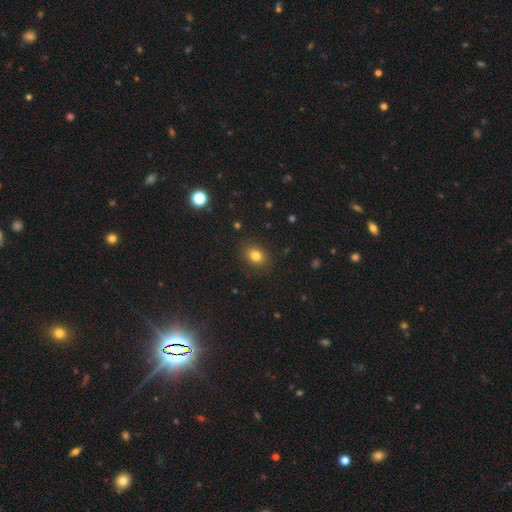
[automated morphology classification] smooth 80%, star or artifact 13%, featured or disk 8%. Down the decision tree: how rounded — in between (57%); merging — none (86%).